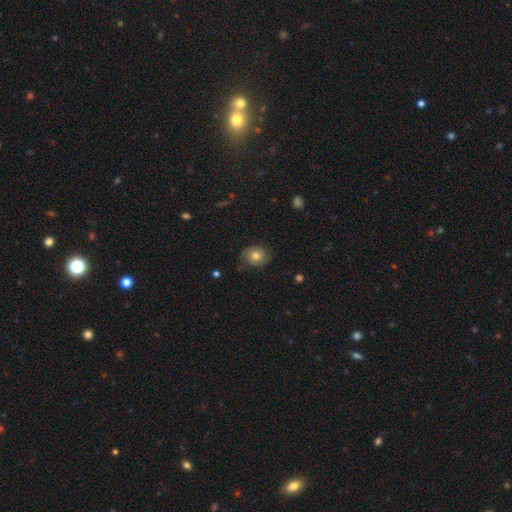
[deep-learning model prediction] A smooth galaxy with no disk features (60%) that is round (58%). Merging: none (78%).